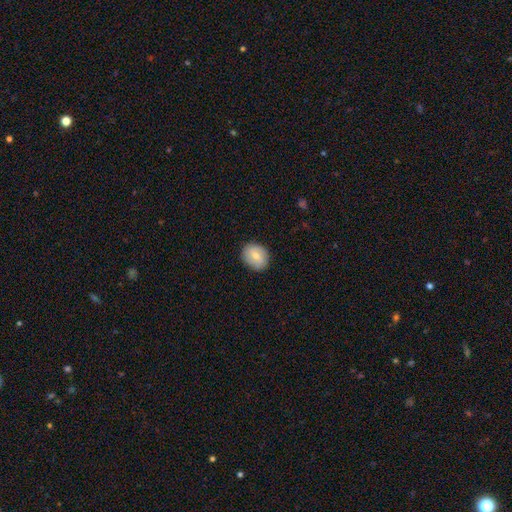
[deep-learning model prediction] Smooth or featured?
  - smooth: 72% *
  - featured or disk: 20%
  - star or artifact: 8%
How rounded?
  - round: 61% *
  - in between: 38%
  - cigar-shaped: 1%
Merging?
  - none: 86% *
  - minor disturbance: 11%
  - major disturbance: 2%
  - merger: 1%